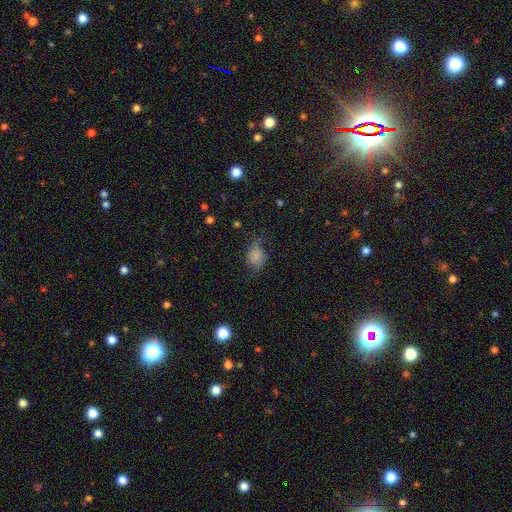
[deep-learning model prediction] Smooth or featured?
  - smooth: 79% *
  - star or artifact: 11%
  - featured or disk: 10%
How rounded?
  - in between: 68% *
  - round: 31%
  - cigar-shaped: 2%
Merging?
  - none: 47% *
  - minor disturbance: 34%
  - major disturbance: 17%
  - merger: 2%